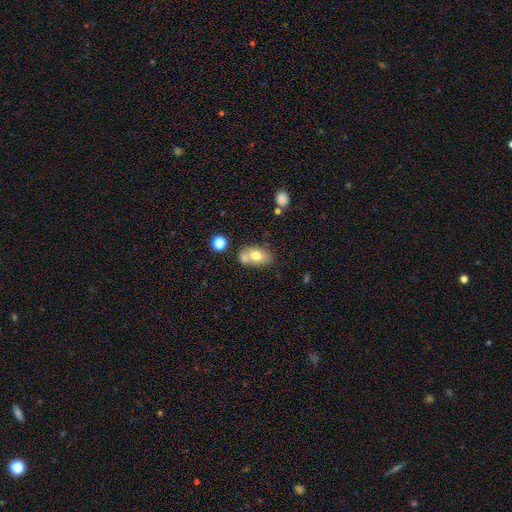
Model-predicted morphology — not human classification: Overall: smooth (72%). How rounded: in between (80%). Merging: none (45%; merger 36%).